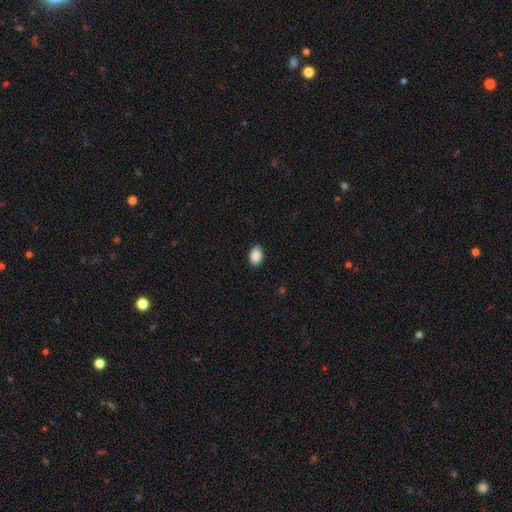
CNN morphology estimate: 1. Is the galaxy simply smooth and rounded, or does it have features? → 90% smooth, 7% star or artifact, 3% featured or disk.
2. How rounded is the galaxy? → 85% in between, 14% round, 1% cigar-shaped.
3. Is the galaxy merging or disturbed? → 89% none, 8% minor disturbance, 2% major disturbance, 1% merger.